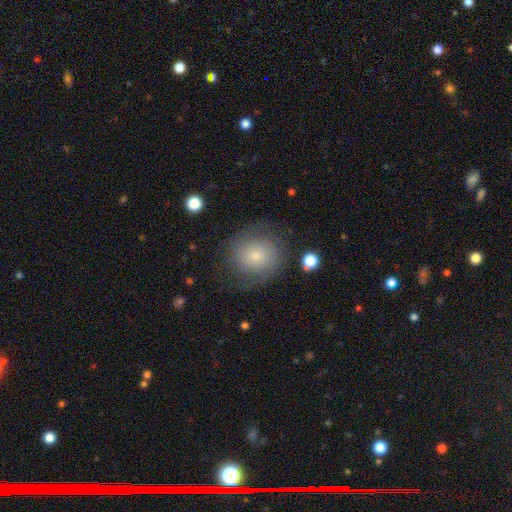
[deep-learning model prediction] smooth_or_featured: smooth (p=0.51) [alt: featured or disk p=0.38]
how_rounded: round (p=0.84) [alt: in between p=0.15]
merging: none (p=0.74) [alt: minor disturbance p=0.16]